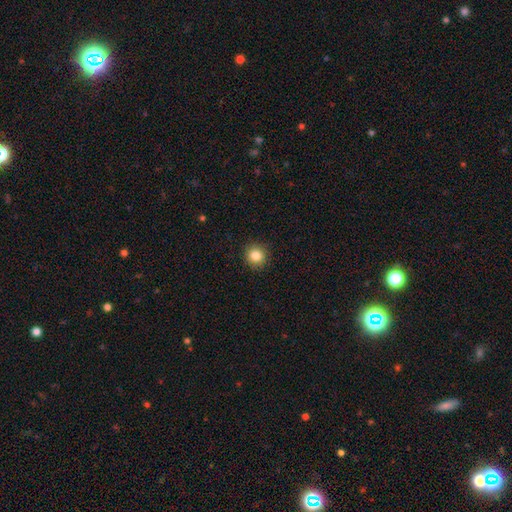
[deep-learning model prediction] smooth_or_featured: smooth (p=0.85) [alt: star or artifact p=0.10]
how_rounded: round (p=0.92) [alt: in between p=0.07]
merging: none (p=0.90) [alt: minor disturbance p=0.07]